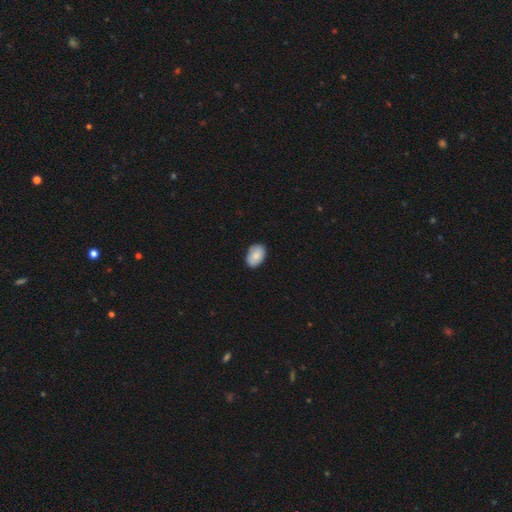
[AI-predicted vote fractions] A smooth galaxy with no disk features (86%) that is in between round and cigar-shaped (88%).

Vote fractions:
- Smooth or featured? smooth: 86% / featured or disk: 7% / star or artifact: 6%
- How rounded? in between: 88% / round: 11% / cigar-shaped: 1%
- Merging? none: 86% / minor disturbance: 11% / major disturbance: 2% / merger: 1%